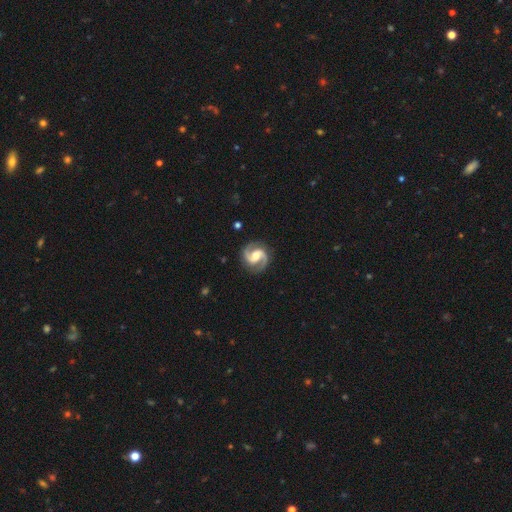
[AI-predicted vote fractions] featured or disk 92%, smooth 4%, star or artifact 4%. Down the decision tree: edge-on disk — no (98%); bar — weak (45%); spiral arms — yes (98%); spiral arm count — 2 (95%); spiral winding — medium (62%); bulge size — moderate (61%); merging — none (87%).